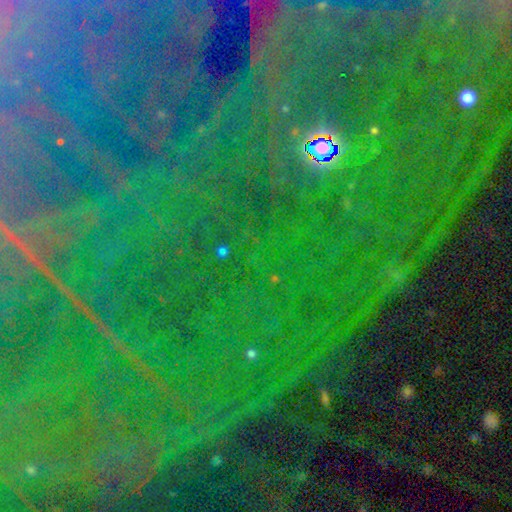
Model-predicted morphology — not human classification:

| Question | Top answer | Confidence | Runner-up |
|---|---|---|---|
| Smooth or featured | star or artifact | 82% | featured or disk (9%) |